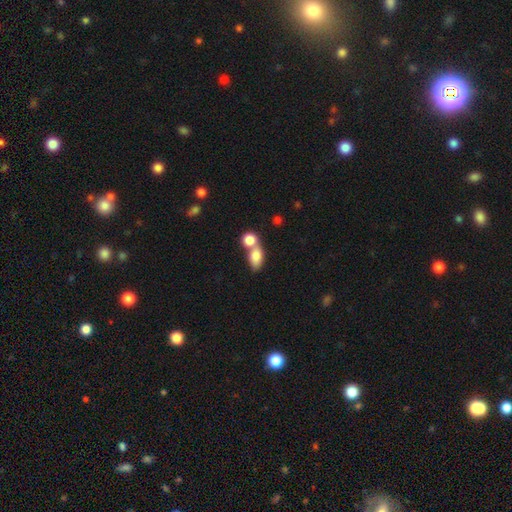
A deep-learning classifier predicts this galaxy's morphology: Smooth or featured? smooth (82%)
How rounded? in between (80%)
Merging? merger (61%)